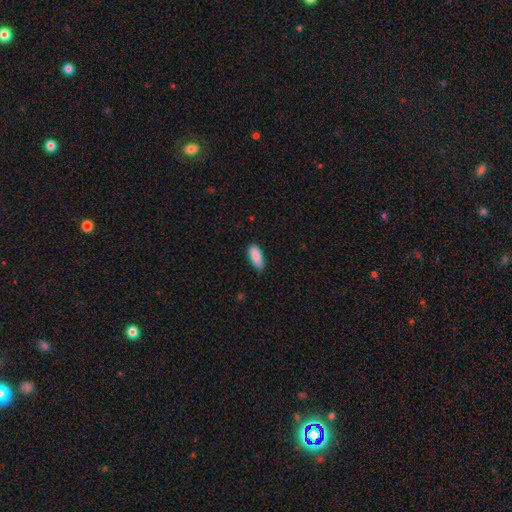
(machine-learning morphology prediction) The model was most divided on "merging": none: 77%, minor disturbance: 19%, major disturbance: 2%, merger: 1%. More confident: smooth or featured — smooth (88%); how rounded — in between (82%).